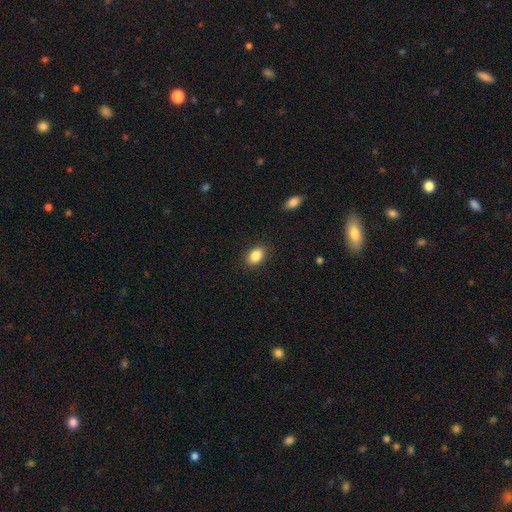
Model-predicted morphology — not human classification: The model was most divided on "how rounded": in between: 83%, round: 16%, cigar-shaped: 1%. More confident: merging — none (88%); smooth or featured — smooth (87%).